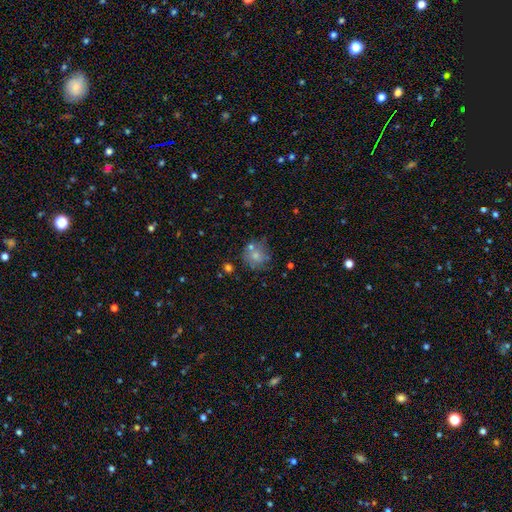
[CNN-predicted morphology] Smooth or featured? smooth (49%)
Merging? none (67%)